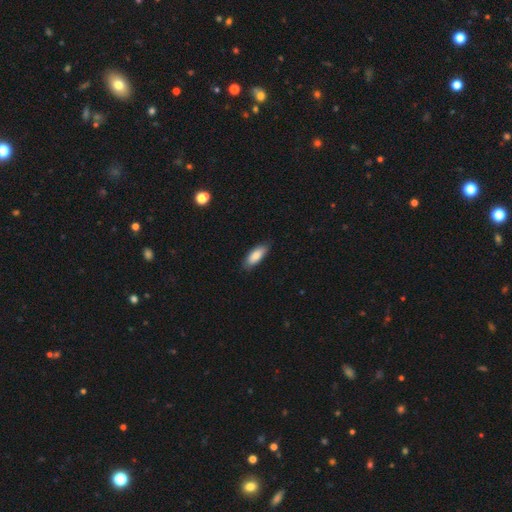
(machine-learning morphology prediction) A smooth galaxy with no disk features (84%) that is in between round and cigar-shaped (73%). Merging: none (83%).